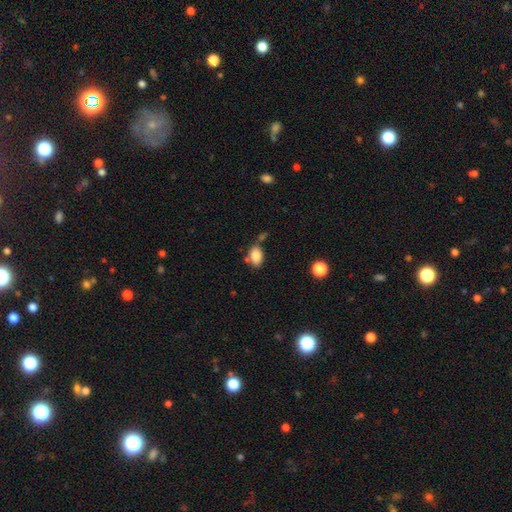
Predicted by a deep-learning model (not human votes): smooth-or-featured: smooth: 83% | star or artifact: 9% | featured or disk: 8%
  how-rounded: in between: 84% | round: 15% | cigar-shaped: 1%
  merging: none: 62% | minor disturbance: 19% | merger: 14% | major disturbance: 5%